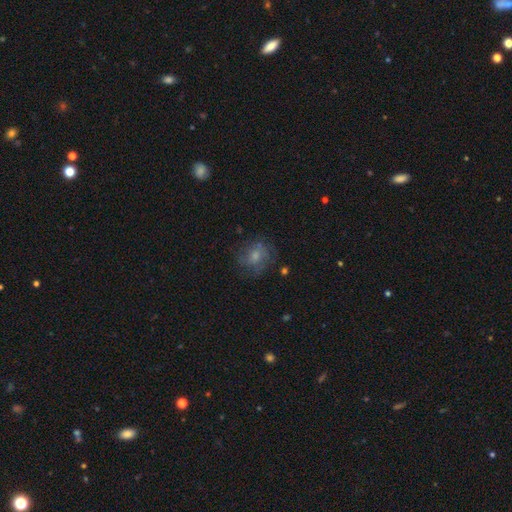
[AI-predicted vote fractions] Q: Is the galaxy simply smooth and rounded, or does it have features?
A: smooth — 53%.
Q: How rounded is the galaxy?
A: round — 72%.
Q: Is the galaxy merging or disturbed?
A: none — 65%.